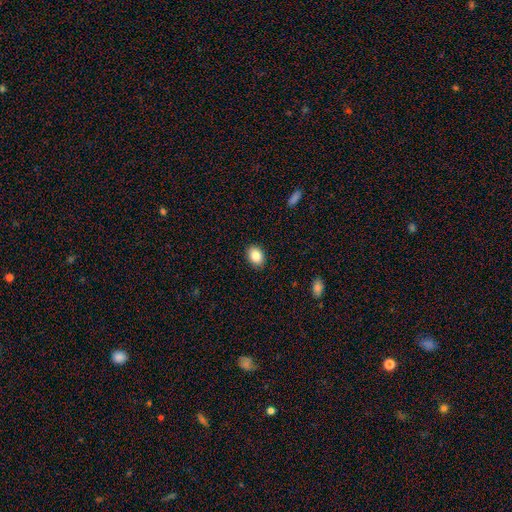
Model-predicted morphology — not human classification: Smooth or featured: smooth — 85% (star or artifact — 8%)
How rounded: in between — 76% (round — 23%)
Merging: none — 89% (minor disturbance — 8%)